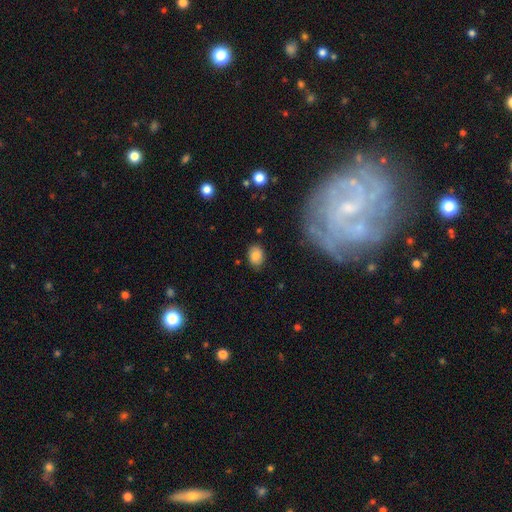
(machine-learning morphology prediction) smooth-or-featured: smooth: 82% | star or artifact: 9% | featured or disk: 8%
  how-rounded: in between: 69% | round: 29% | cigar-shaped: 1%
  merging: none: 83% | minor disturbance: 13% | major disturbance: 3% | merger: 2%